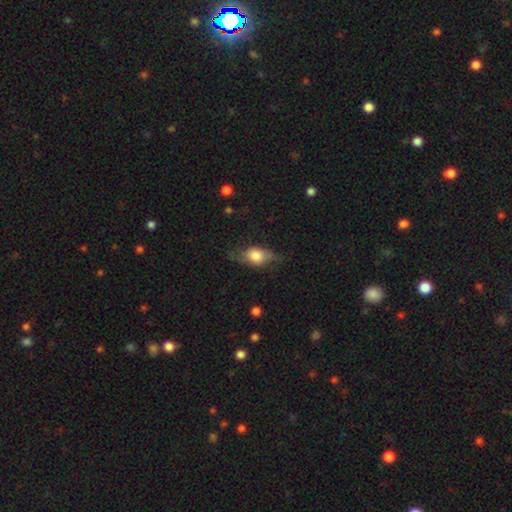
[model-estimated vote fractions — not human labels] Smooth or featured?
  - smooth: 64% *
  - featured or disk: 28%
  - star or artifact: 7%
How rounded?
  - in between: 74% *
  - round: 19%
  - cigar-shaped: 7%
Merging?
  - none: 59% *
  - minor disturbance: 27%
  - major disturbance: 12%
  - merger: 2%